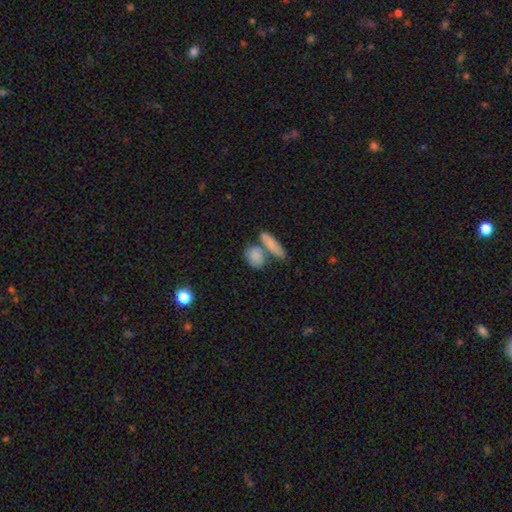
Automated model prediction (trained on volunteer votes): Smooth or featured? smooth (79%)
How rounded? in between (61%)
Merging? none (46%)